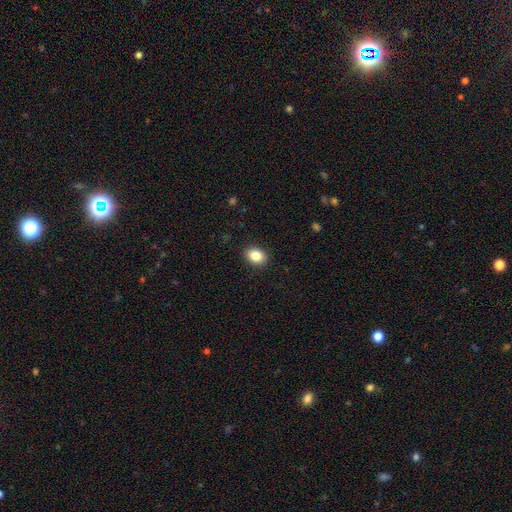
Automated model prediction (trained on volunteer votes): smooth-or-featured: smooth: 85% | star or artifact: 9% | featured or disk: 6%
  how-rounded: in between: 69% | round: 30% | cigar-shaped: 1%
  merging: none: 90% | minor disturbance: 7% | major disturbance: 2% | merger: 1%